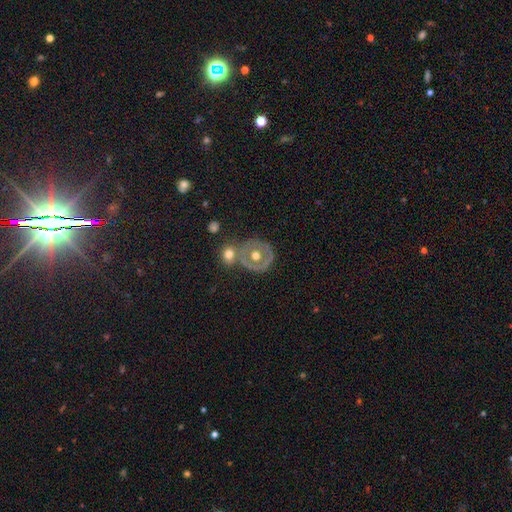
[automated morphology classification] Smooth or featured? Predicted: featured or disk (p=0.54). Edge-on disk? Predicted: no (p=0.95). Bar? Predicted: no (p=0.87). Spiral arms? Predicted: no (p=0.84). Bulge size? Predicted: moderate (p=0.79). Merging? Predicted: none (p=0.57).